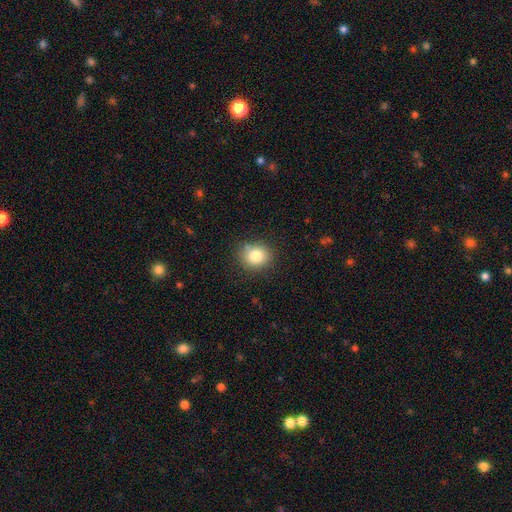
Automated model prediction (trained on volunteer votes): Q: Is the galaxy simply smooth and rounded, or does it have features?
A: smooth — 81%.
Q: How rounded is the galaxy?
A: round — 76%.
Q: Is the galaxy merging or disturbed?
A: none — 83%.